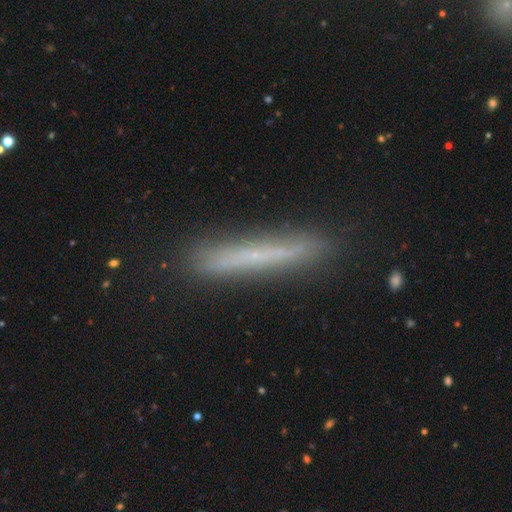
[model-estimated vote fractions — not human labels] This is possibly a smooth galaxy (48%). Merging: clearly none (85%).